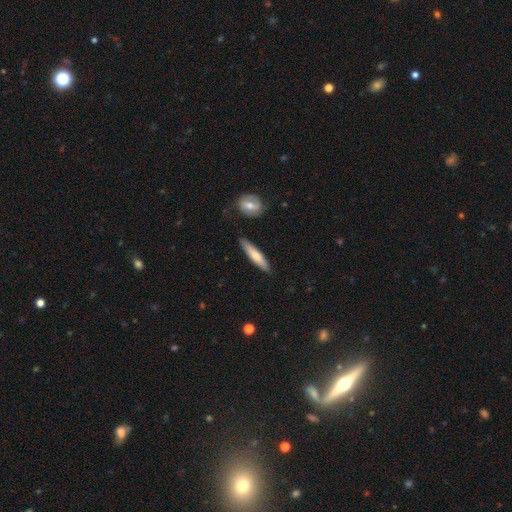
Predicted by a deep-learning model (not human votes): smooth_or_featured: smooth (p=0.68) [alt: featured or disk p=0.27]
how_rounded: cigar-shaped (p=0.84) [alt: in between p=0.15]
merging: none (p=0.86) [alt: minor disturbance p=0.10]